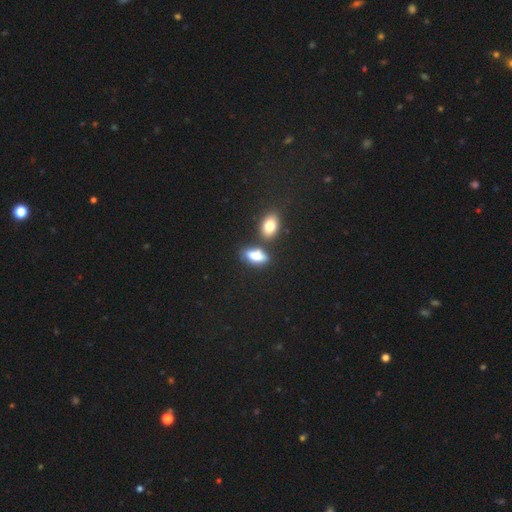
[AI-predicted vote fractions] Smooth or featured: smooth — 78% (featured or disk — 12%)
How rounded: in between — 84% (cigar-shaped — 9%)
Merging: none — 59% (merger — 21%)